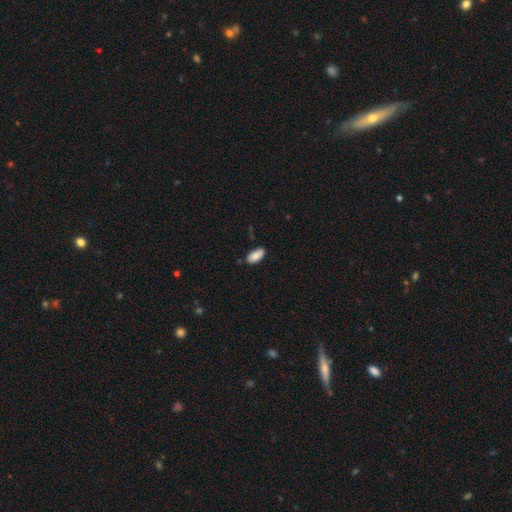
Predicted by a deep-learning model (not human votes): A smooth galaxy with no disk features (86%) that is in between round and cigar-shaped (93%).

Vote fractions:
- Smooth or featured? smooth: 86% / featured or disk: 7% / star or artifact: 6%
- How rounded? in between: 93% / cigar-shaped: 5% / round: 2%
- Merging? none: 81% / minor disturbance: 15% / major disturbance: 2% / merger: 2%